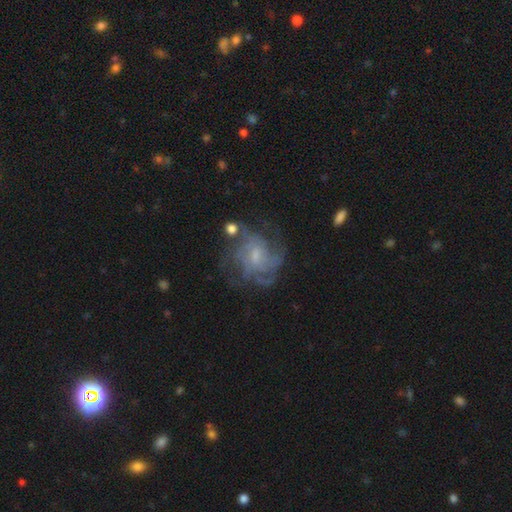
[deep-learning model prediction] A featured or disk galaxy (77%) with no bar (52%), medium (43%) spiral arms (88%) and a small central bulge (52%).

Vote fractions:
- Smooth or featured? featured or disk: 77% / smooth: 13% / star or artifact: 10%
- Edge-on disk? no: 98% / yes: 2%
- Bar? no: 52% / weak: 42% / strong: 6%
- Spiral arms? yes: 88% / no: 12%
- Spiral winding? medium: 43% / tight: 41% / loose: 16%
- Spiral arm count? can't tell: 40% / 4: 21% / 3: 16% / 2: 10% / more than 4: 8% / 1: 6%
- Bulge size? small: 52% / moderate: 30% / none: 14% / large: 3% / dominant: 1%
- Merging? none: 62% / minor disturbance: 18% / major disturbance: 16% / merger: 4%